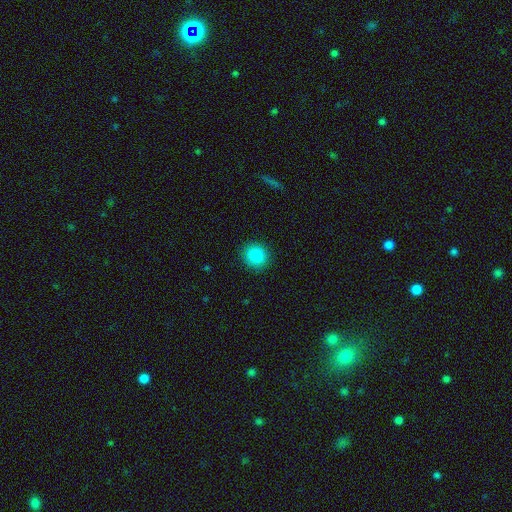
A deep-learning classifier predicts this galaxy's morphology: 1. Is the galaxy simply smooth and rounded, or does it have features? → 87% smooth, 9% star or artifact, 4% featured or disk.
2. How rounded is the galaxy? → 82% round, 17% in between, 1% cigar-shaped.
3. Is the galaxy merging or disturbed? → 90% none, 7% minor disturbance, 2% major disturbance, 1% merger.